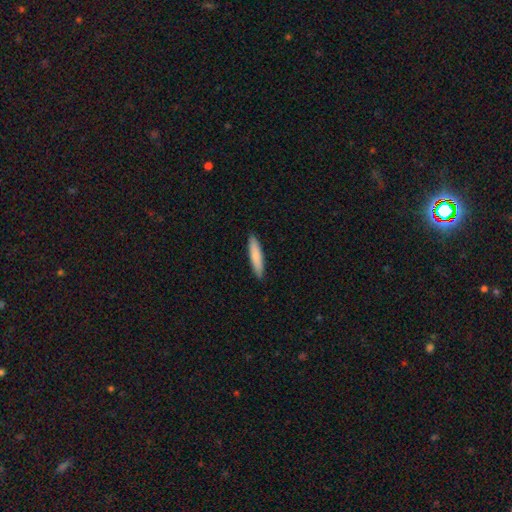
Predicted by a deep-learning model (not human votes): smooth_or_featured: smooth (p=0.80) [alt: featured or disk p=0.15]
how_rounded: cigar-shaped (p=0.85) [alt: in between p=0.13]
merging: none (p=0.90) [alt: minor disturbance p=0.07]